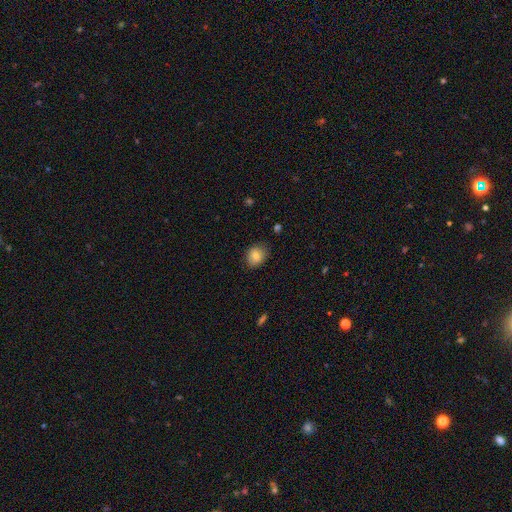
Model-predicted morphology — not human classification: Q: Smooth or featured?
A: smooth (79%); runner-up: featured or disk (12%)
Q: How rounded?
A: in between (54%); runner-up: round (45%)
Q: Merging?
A: none (81%); runner-up: minor disturbance (15%)